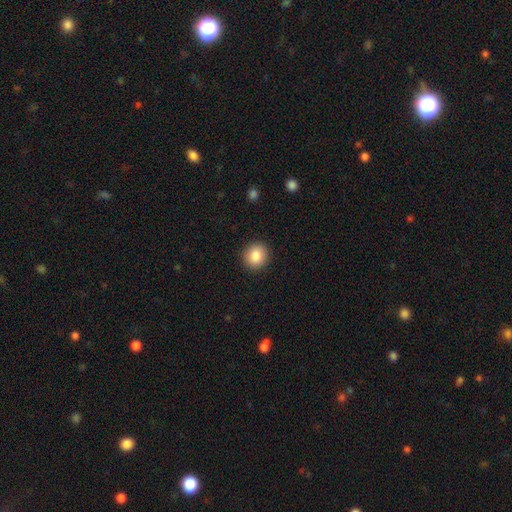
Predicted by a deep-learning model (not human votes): Smooth or featured?
  - smooth: 85% *
  - star or artifact: 9%
  - featured or disk: 6%
How rounded?
  - round: 87% *
  - in between: 12%
  - cigar-shaped: 1%
Merging?
  - none: 91% *
  - minor disturbance: 6%
  - major disturbance: 2%
  - merger: 1%